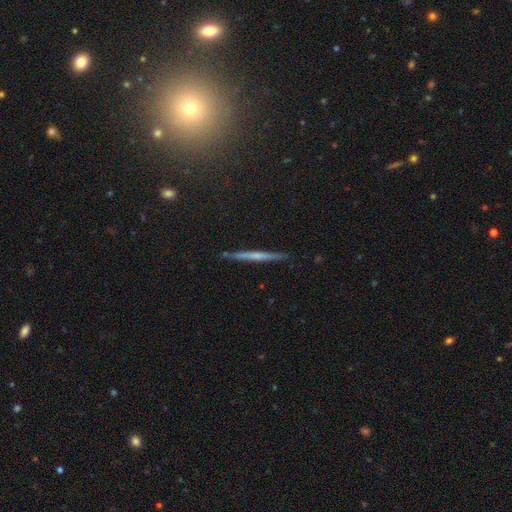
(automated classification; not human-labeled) Overall: featured or disk (55%; smooth 35%). Edge-on disk: yes (97%). Edge-on bulge: none (62%; rounded 30%). Merging: none (90%).